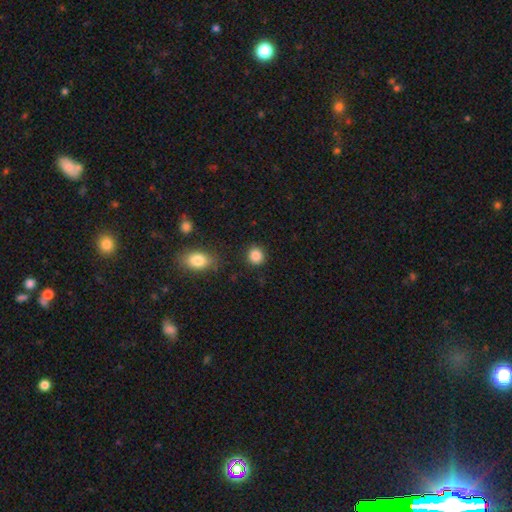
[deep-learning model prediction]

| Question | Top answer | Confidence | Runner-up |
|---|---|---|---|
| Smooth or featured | smooth | 87% | star or artifact (9%) |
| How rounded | round | 87% | in between (12%) |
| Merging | none | 88% | minor disturbance (7%) |